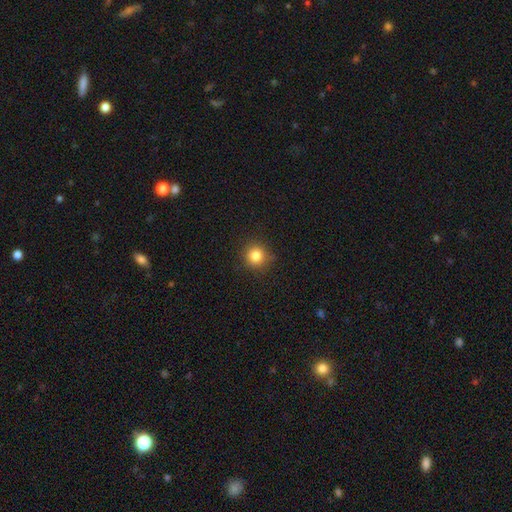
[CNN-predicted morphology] Smooth or featured? smooth (83%)
How rounded? round (93%)
Merging? none (88%)